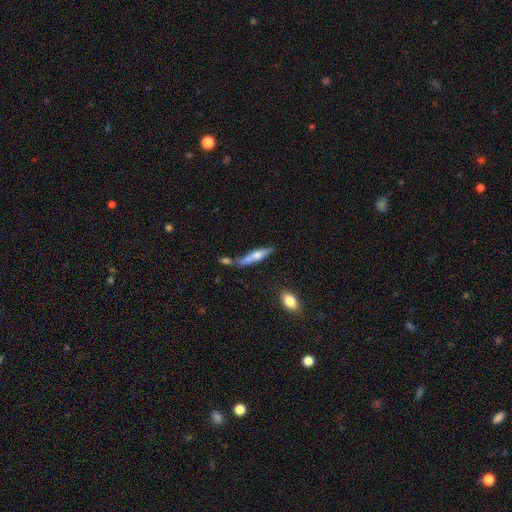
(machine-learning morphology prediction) Smooth or featured? smooth (60%)
How rounded? cigar-shaped (82%)
Merging? none (58%)